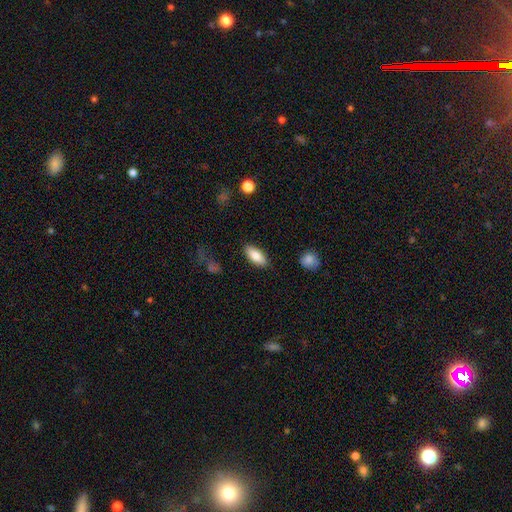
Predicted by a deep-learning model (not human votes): Morphology: type=smooth (82%); roundness=in between (82%); merging=none (86%).